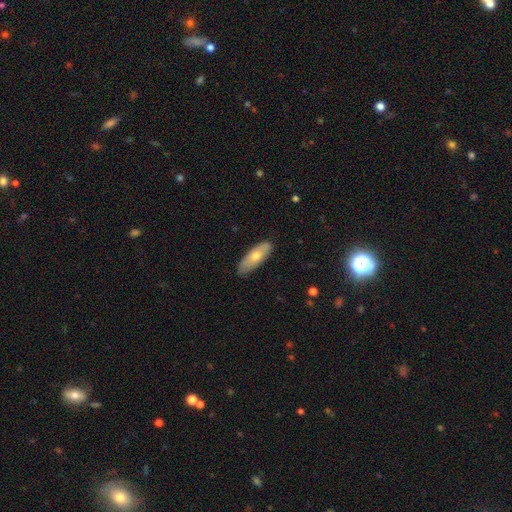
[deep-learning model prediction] This appears to be a smooth galaxy with no disk features (61%) that is in between round and cigar-shaped (65%). Merging: none (83%).